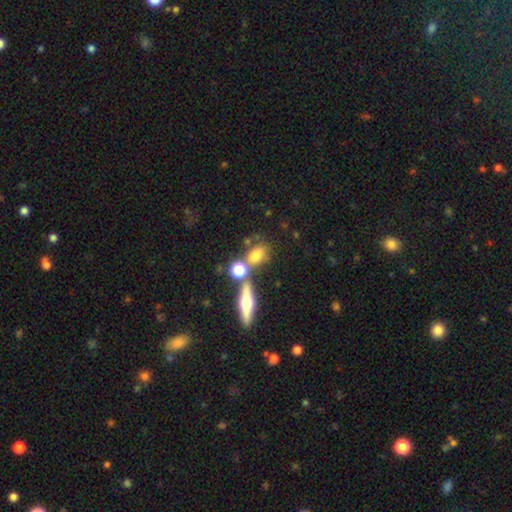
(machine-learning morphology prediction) smooth_or_featured: smooth (p=0.68) [alt: featured or disk p=0.19]
how_rounded: in between (p=0.60) [alt: round p=0.31]
merging: none (p=0.55) [alt: merger p=0.28]